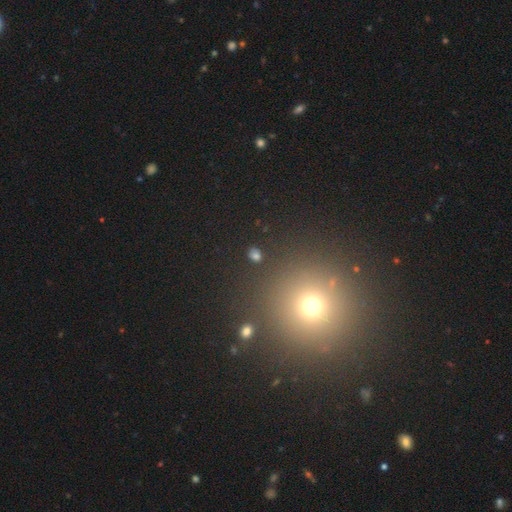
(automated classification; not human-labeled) Smooth or featured? smooth (72%)
How rounded? round (57%)
Merging? none (86%)